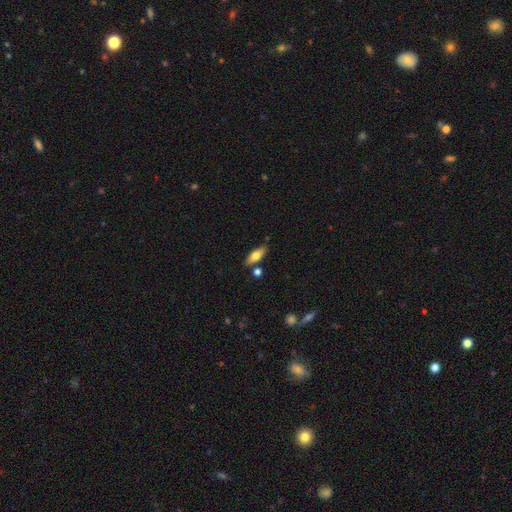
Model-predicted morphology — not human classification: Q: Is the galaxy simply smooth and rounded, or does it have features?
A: smooth — 63%.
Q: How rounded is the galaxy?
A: in between — 65%.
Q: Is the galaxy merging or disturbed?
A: none — 80%.